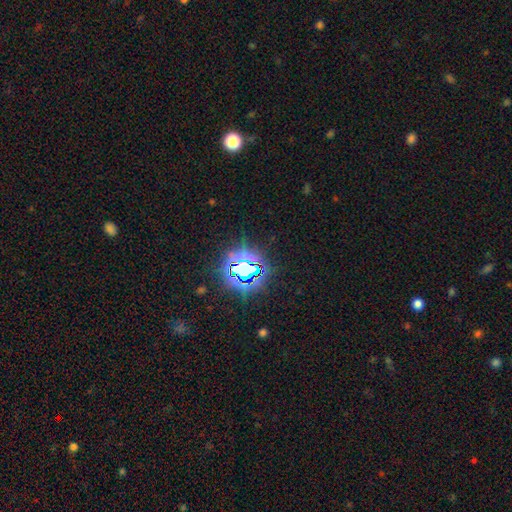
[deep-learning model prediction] Smooth or featured? star or artifact (79%)